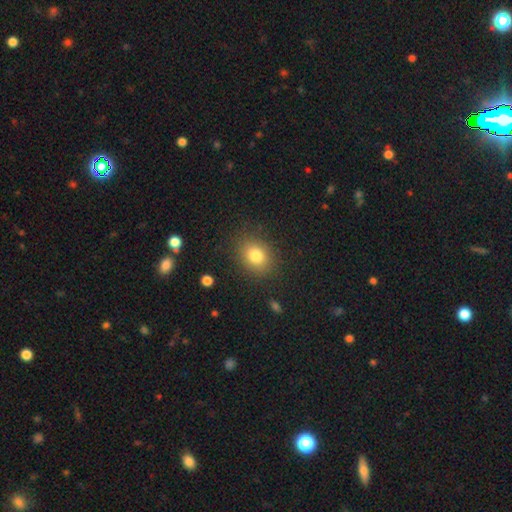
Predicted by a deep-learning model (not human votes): Q: Smooth or featured?
A: smooth (81%); runner-up: star or artifact (11%)
Q: How rounded?
A: round (55%); runner-up: in between (44%)
Q: Merging?
A: none (86%); runner-up: minor disturbance (10%)